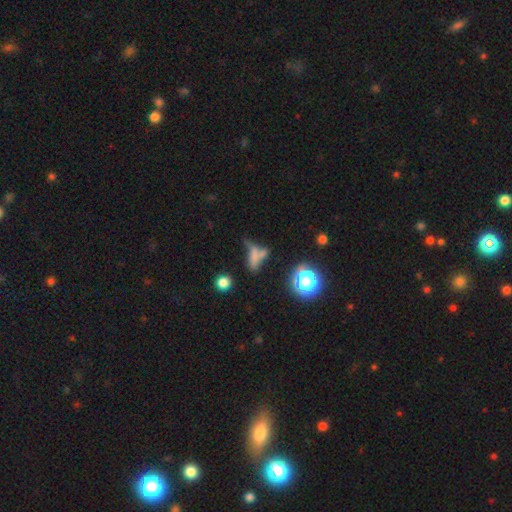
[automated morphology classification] This appears to be a smooth galaxy with no disk features (55%) that is in between round and cigar-shaped (47%). Merging: none (35%).